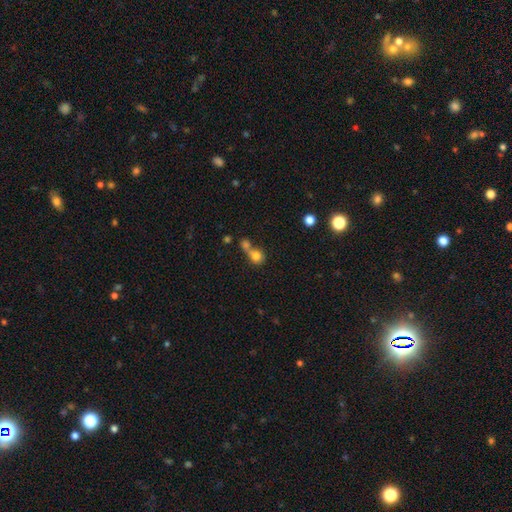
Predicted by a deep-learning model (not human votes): Morphology: type=smooth (76%); roundness=round (73%); merging=merger (61%).